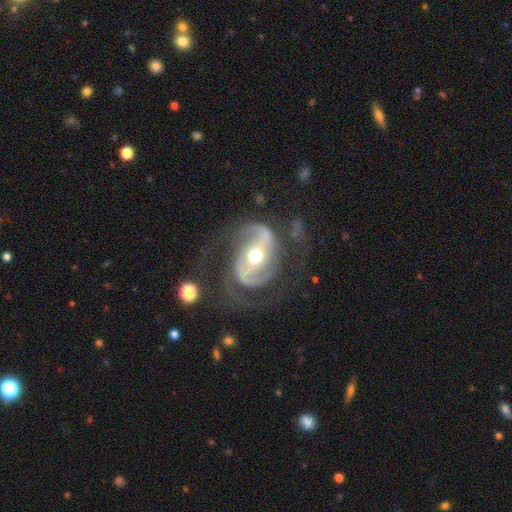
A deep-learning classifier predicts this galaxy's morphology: Smooth or featured? featured or disk (89%)
Edge-on disk? no (97%)
Bar? strong (45%)
Spiral arms? yes (94%)
Spiral winding? medium (47%)
Spiral arm count? 2 (88%)
Bulge size? moderate (74%)
Merging? none (65%)